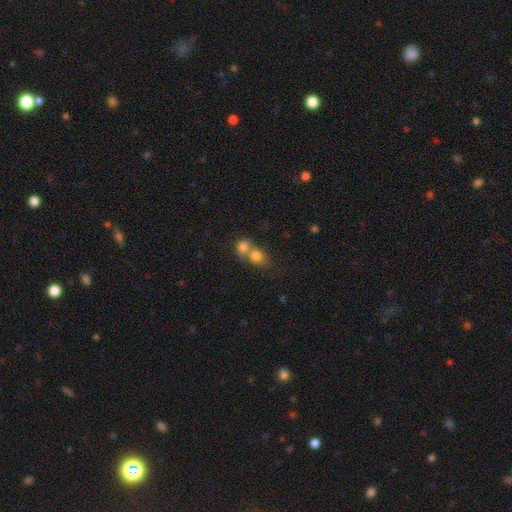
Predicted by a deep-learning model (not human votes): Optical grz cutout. It shows a smooth galaxy with no disk features (77%) that is round (64%). Merging: merger (66%).